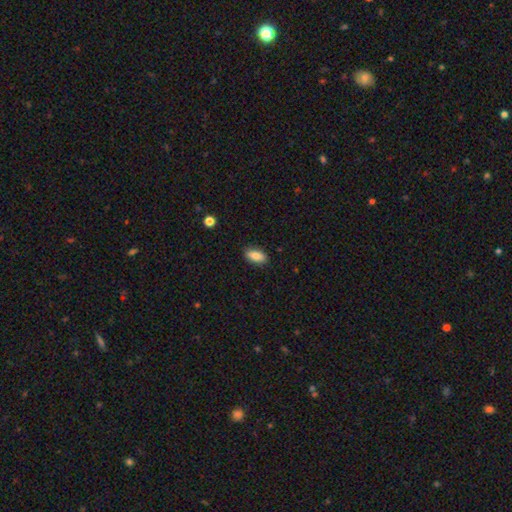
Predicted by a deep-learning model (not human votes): Smooth or featured? smooth (83%)
How rounded? in between (89%)
Merging? none (87%)